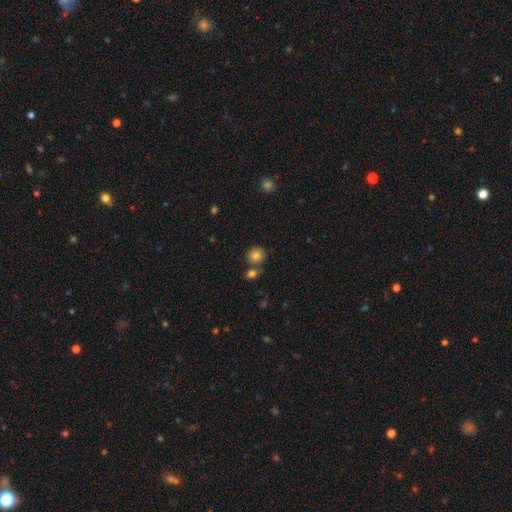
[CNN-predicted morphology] Q: Smooth or featured?
A: smooth (81%); runner-up: star or artifact (10%)
Q: How rounded?
A: round (89%); runner-up: in between (10%)
Q: Merging?
A: none (73%); runner-up: merger (15%)